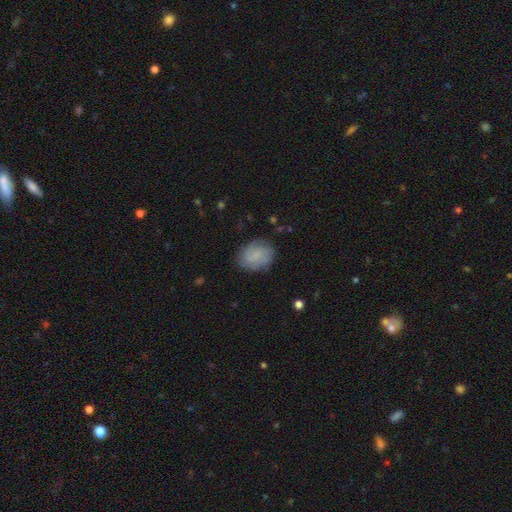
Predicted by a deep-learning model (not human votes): Overall: smooth (68%). How rounded: in between (66%; round 33%). Merging: none (77%).